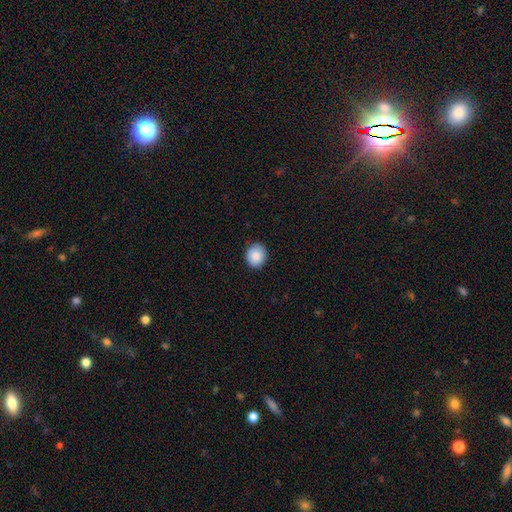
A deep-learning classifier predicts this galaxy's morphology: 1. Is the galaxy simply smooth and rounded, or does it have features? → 87% smooth, 8% star or artifact, 5% featured or disk.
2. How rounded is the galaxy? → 81% round, 18% in between, 1% cigar-shaped.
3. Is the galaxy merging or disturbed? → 89% none, 8% minor disturbance, 2% major disturbance, 1% merger.